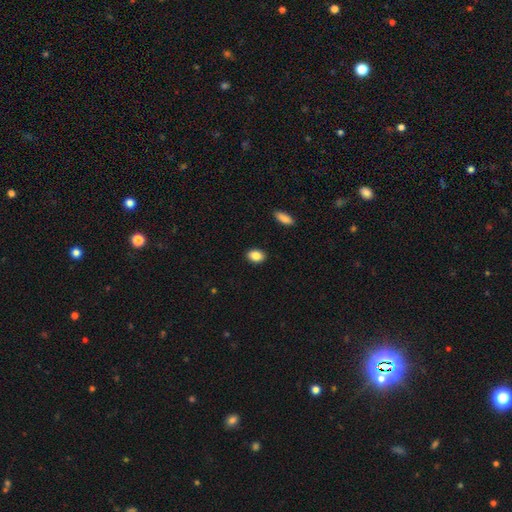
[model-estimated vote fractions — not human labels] Overall: smooth (86%). How rounded: in between (76%). Merging: none (90%).